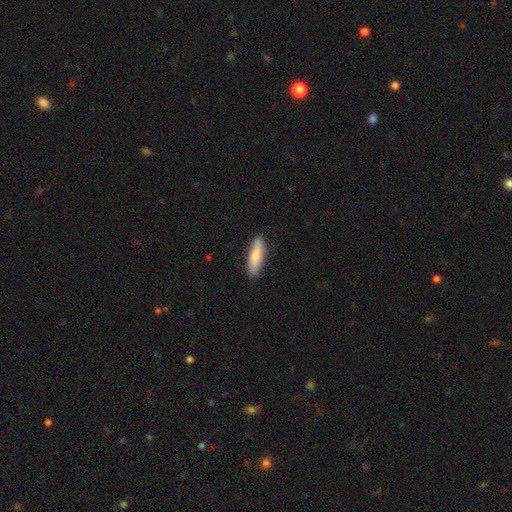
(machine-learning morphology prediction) Q: Smooth or featured?
A: smooth (81%); runner-up: featured or disk (13%)
Q: How rounded?
A: cigar-shaped (59%); runner-up: in between (39%)
Q: Merging?
A: none (88%); runner-up: minor disturbance (9%)